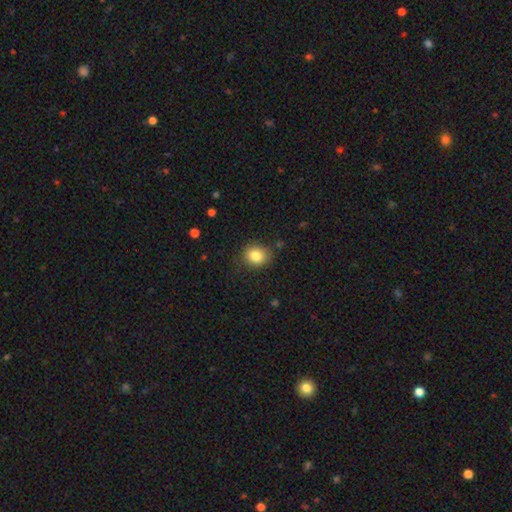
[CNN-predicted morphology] Smooth or featured: smooth — 83% (star or artifact — 10%)
How rounded: round — 71% (in between — 28%)
Merging: none — 83% (minor disturbance — 12%)